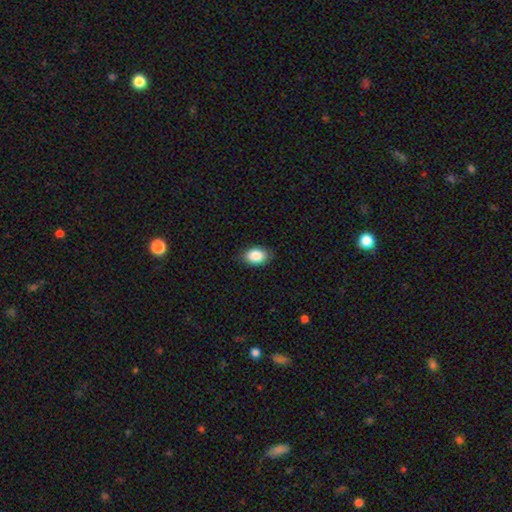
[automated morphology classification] Smooth or featured? smooth (87%)
How rounded? in between (81%)
Merging? none (86%)